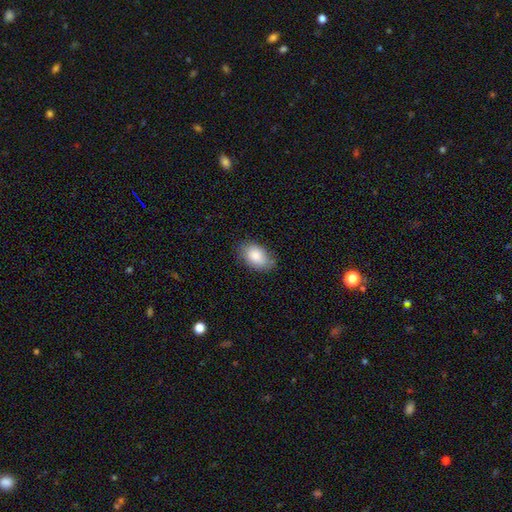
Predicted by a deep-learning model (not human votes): Overall: smooth (84%). How rounded: in between (90%). Merging: none (77%).